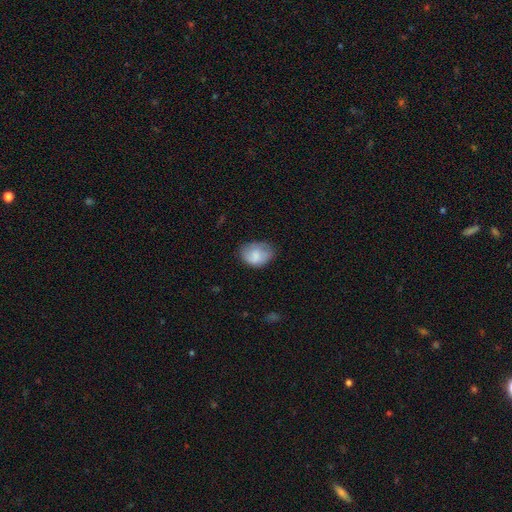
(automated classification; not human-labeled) Smooth or featured: smooth — 73% (featured or disk — 19%)
How rounded: in between — 65% (round — 34%)
Merging: none — 61% (minor disturbance — 29%)